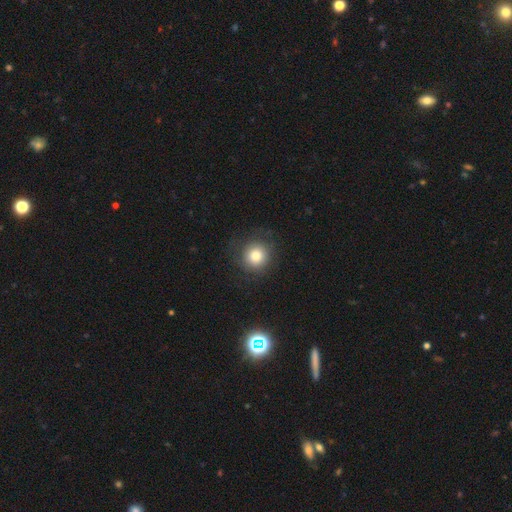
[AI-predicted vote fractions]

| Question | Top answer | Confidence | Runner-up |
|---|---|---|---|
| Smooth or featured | smooth | 79% | star or artifact (11%) |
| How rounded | round | 93% | in between (6%) |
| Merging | none | 82% | minor disturbance (11%) |